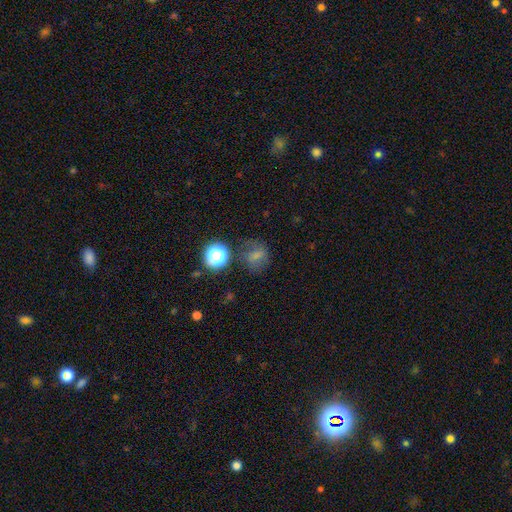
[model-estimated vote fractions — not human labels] A smooth galaxy with no disk features (65%) that is round (71%). Merging: none (61%).